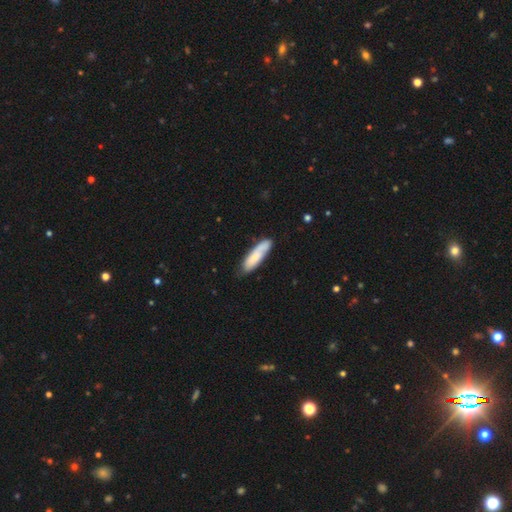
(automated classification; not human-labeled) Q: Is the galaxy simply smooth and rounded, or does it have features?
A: smooth — 73%.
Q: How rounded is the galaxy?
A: cigar-shaped — 63%.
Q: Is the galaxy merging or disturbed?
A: none — 68%.